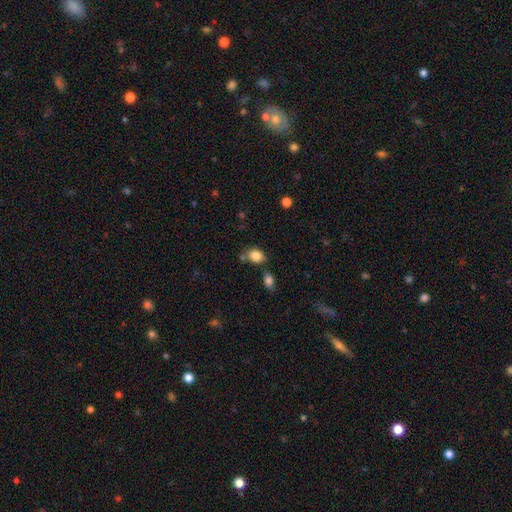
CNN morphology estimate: smooth 84%, star or artifact 10%, featured or disk 6%. Down the decision tree: how rounded — in between (64%); merging — none (65%).